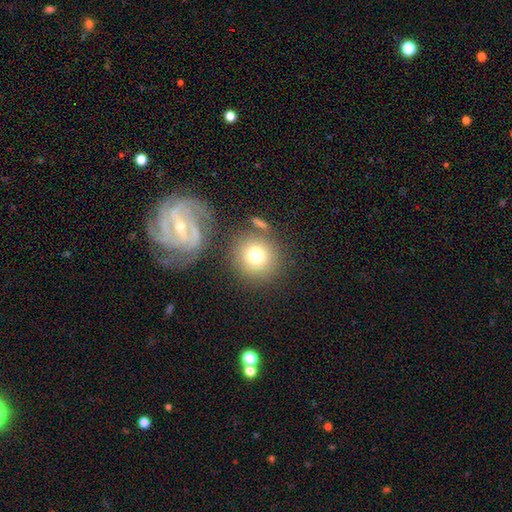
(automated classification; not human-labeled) Smooth or featured? smooth (76%)
How rounded? round (89%)
Merging? none (73%)